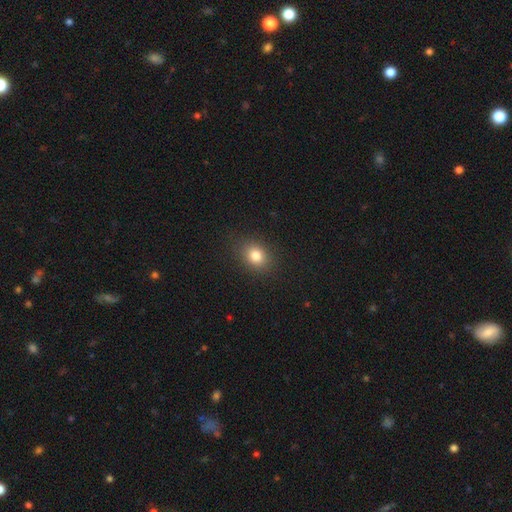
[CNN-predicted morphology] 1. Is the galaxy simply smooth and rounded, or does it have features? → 81% smooth, 12% star or artifact, 7% featured or disk.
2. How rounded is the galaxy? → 52% round, 47% in between, 1% cigar-shaped.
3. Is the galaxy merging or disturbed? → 86% none, 10% minor disturbance, 3% major disturbance, 1% merger.